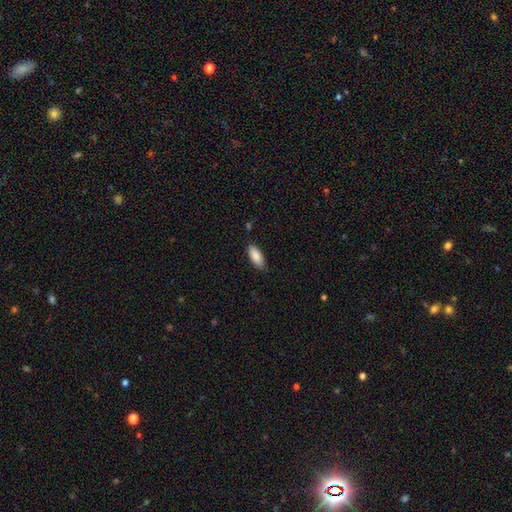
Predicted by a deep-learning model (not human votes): Overall: smooth (88%). How rounded: in between (85%). Merging: none (80%).